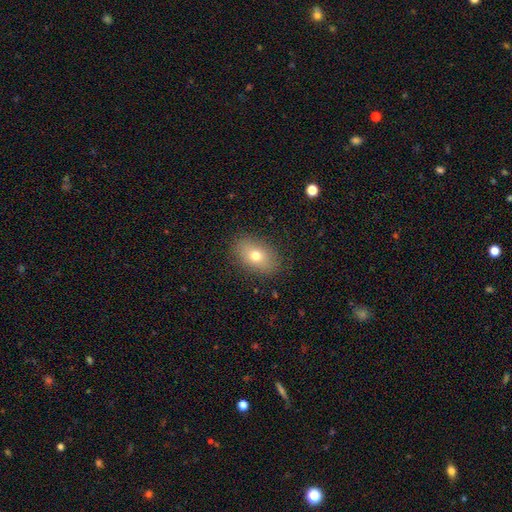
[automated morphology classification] smooth-or-featured: smooth: 72% | featured or disk: 17% | star or artifact: 11%
  how-rounded: in between: 83% | round: 15% | cigar-shaped: 2%
  merging: none: 86% | minor disturbance: 10% | major disturbance: 3% | merger: 1%